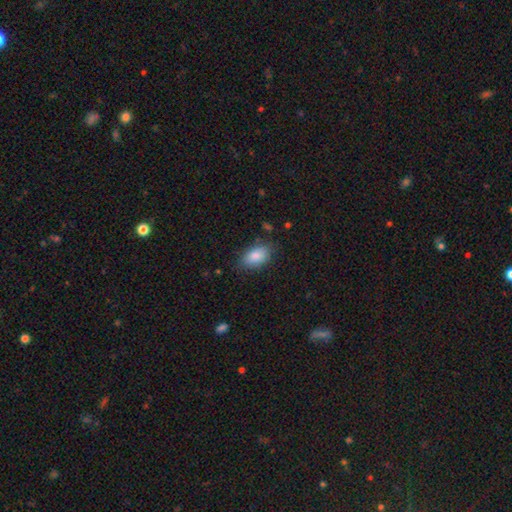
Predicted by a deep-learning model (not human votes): The model was most divided on "merging": none: 78%, minor disturbance: 16%, major disturbance: 4%, merger: 2%. More confident: how rounded — in between (91%); smooth or featured — smooth (85%).